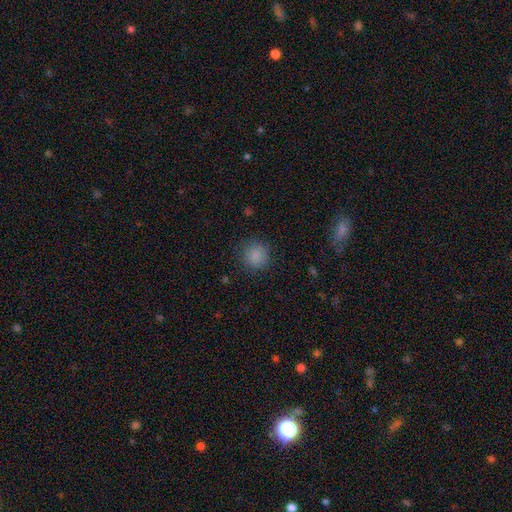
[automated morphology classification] Smooth or featured? smooth (85%)
How rounded? round (90%)
Merging? none (87%)